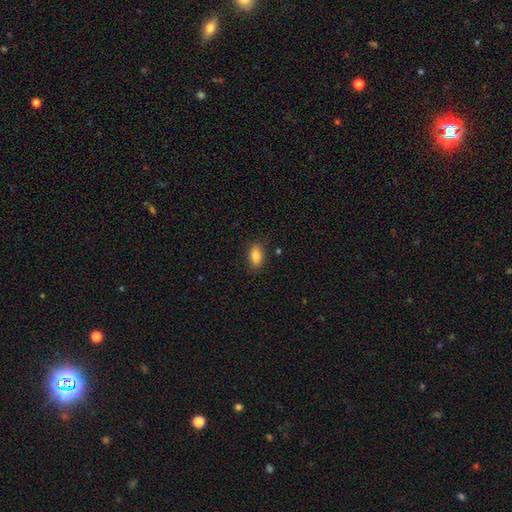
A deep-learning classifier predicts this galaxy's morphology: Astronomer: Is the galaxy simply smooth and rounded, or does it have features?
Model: smooth — 84%.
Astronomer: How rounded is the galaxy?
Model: in between — 89%.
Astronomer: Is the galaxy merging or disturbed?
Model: none — 84%.